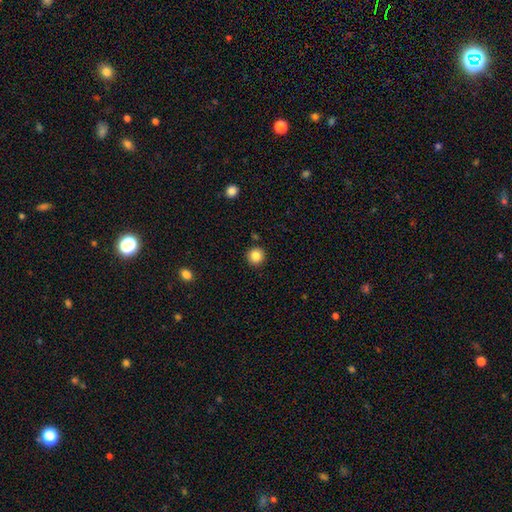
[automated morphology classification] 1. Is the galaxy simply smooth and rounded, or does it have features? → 86% smooth, 10% star or artifact, 4% featured or disk.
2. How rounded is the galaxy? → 94% round, 5% in between, 1% cigar-shaped.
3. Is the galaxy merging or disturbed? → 91% none, 6% minor disturbance, 2% merger, 2% major disturbance.